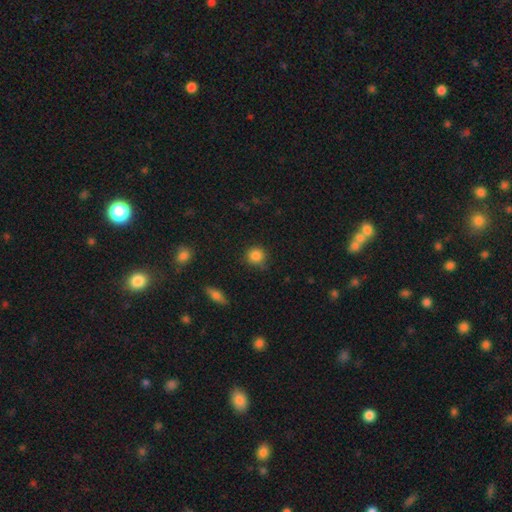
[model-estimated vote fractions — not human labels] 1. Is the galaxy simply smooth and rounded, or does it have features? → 85% smooth, 10% star or artifact, 5% featured or disk.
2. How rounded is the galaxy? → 91% round, 8% in between, 1% cigar-shaped.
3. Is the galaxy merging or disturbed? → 81% none, 14% minor disturbance, 3% major disturbance, 2% merger.